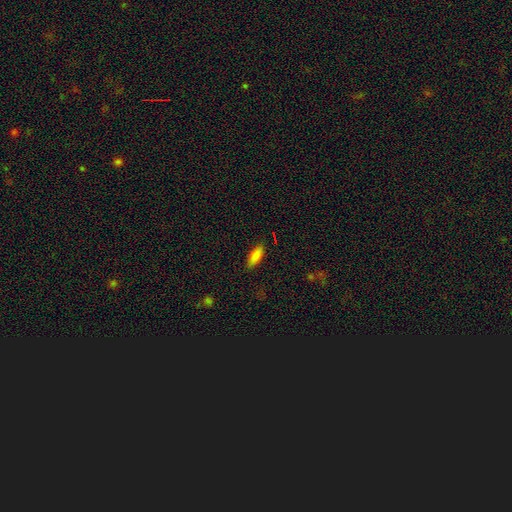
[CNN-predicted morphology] Smooth or featured? smooth (83%)
How rounded? in between (73%)
Merging? none (86%)